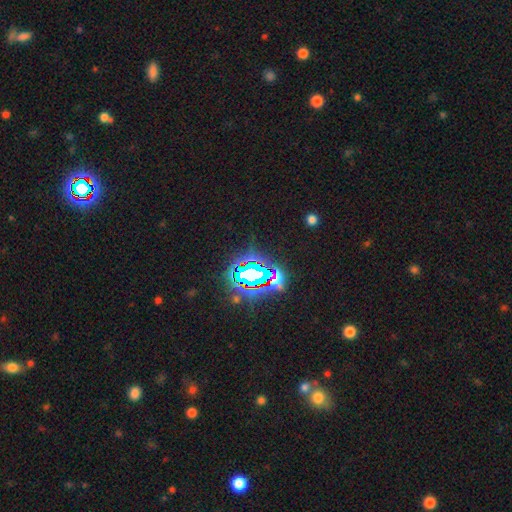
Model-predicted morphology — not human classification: A star or artifact, not a galaxy (81%).

Vote fractions:
- Smooth or featured? star or artifact: 81% / smooth: 12% / featured or disk: 7%